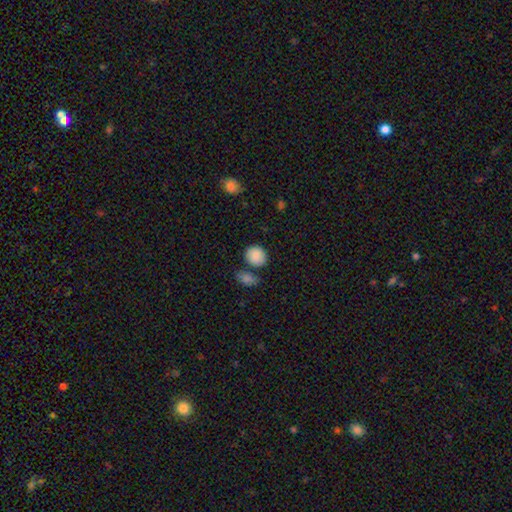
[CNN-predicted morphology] A smooth galaxy with no disk features (88%) that is round (76%). Merging: none (67%).